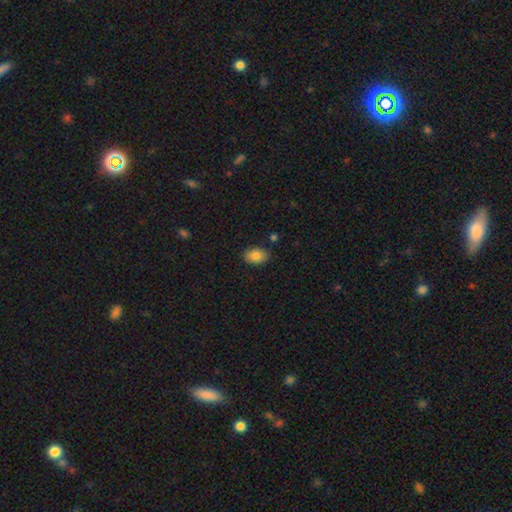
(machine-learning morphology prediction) smooth 85%, star or artifact 8%, featured or disk 8%. Down the decision tree: how rounded — in between (86%); merging — none (82%).